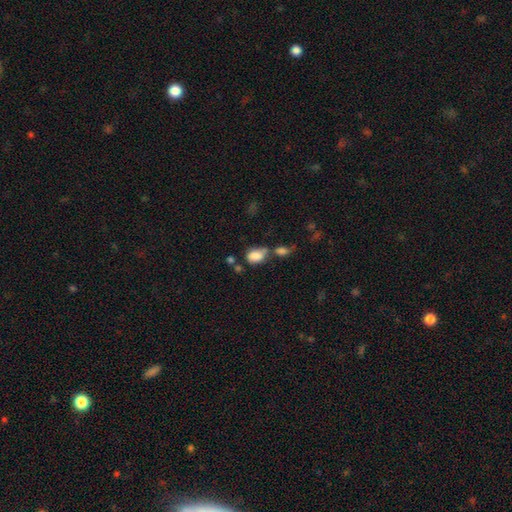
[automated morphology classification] This is clearly a smooth galaxy (82%). How rounded: likely in between (74%). Merging: marginally merger (38%).